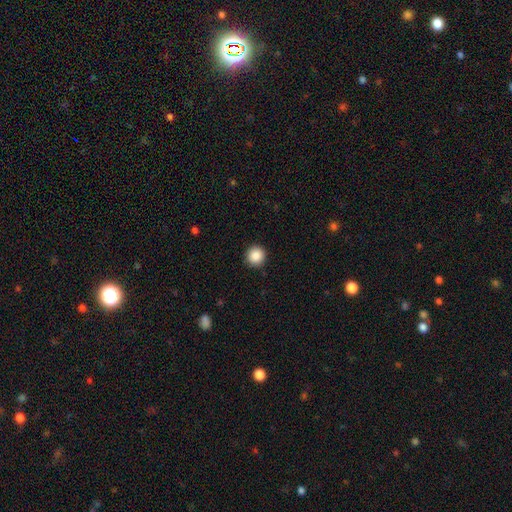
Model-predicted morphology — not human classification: Smooth or featured? smooth (88%)
How rounded? round (95%)
Merging? none (92%)